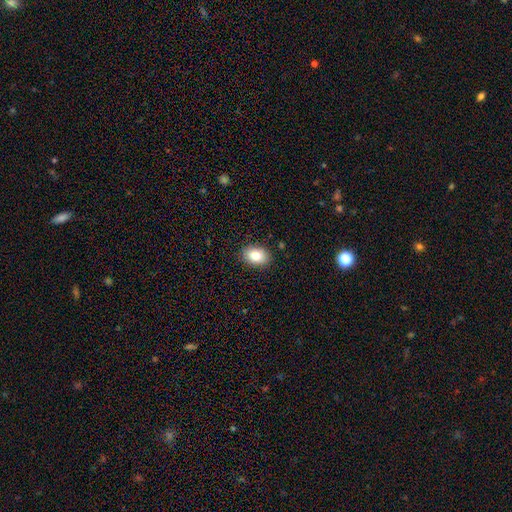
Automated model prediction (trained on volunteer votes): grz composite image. It shows a smooth galaxy with no disk features (82%) that is in between round and cigar-shaped (78%). Merging: none (88%).